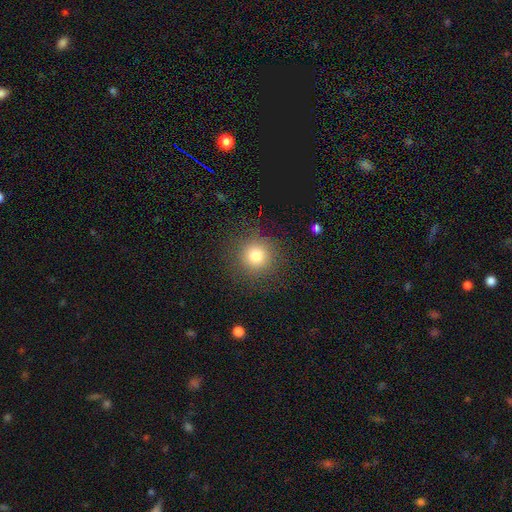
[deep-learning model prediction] A smooth galaxy with no disk features (78%) that is round (94%). Merging: none (88%).